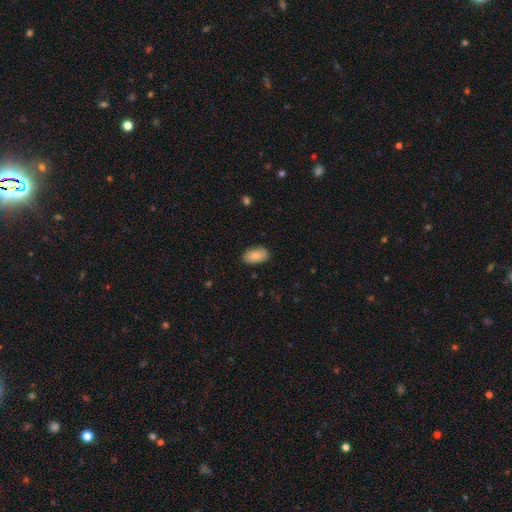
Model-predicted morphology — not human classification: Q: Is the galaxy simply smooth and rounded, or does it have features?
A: smooth — 86%.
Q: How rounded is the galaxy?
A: in between — 94%.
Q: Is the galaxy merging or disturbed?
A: none — 85%.